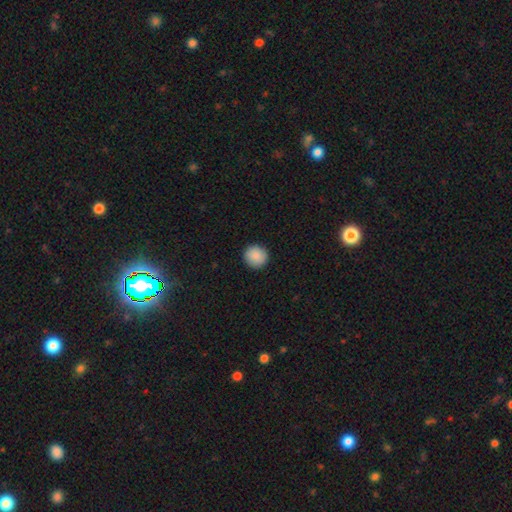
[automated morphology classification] This is clearly a smooth galaxy (89%). How rounded: clearly round (94%). Merging: clearly none (92%).